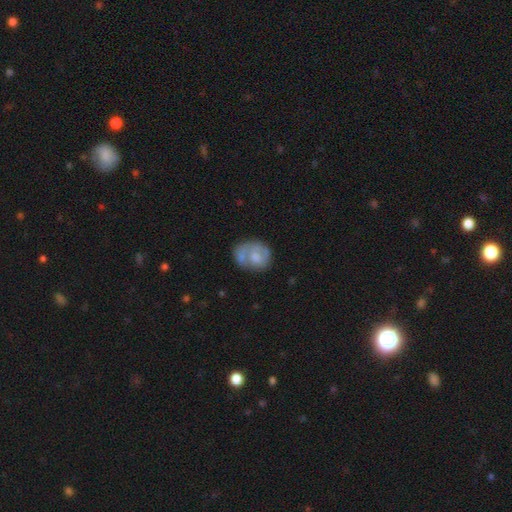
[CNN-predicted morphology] The model was most divided on "smooth or featured": smooth: 48%, featured or disk: 45%, star or artifact: 7%. Remaining: merging — none (42%).